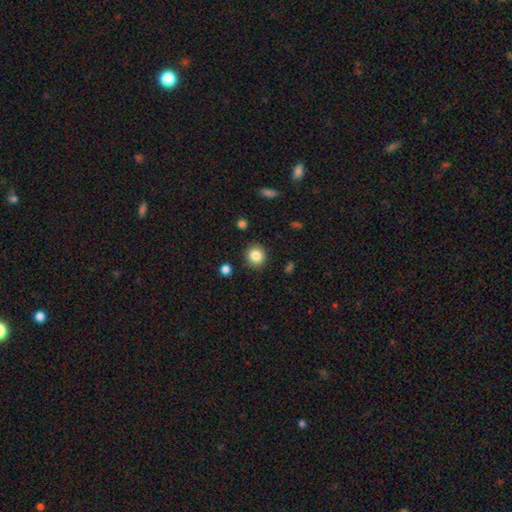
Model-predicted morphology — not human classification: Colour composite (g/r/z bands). It shows a smooth galaxy with no disk features (84%) that is round (87%). Merging: none (89%).